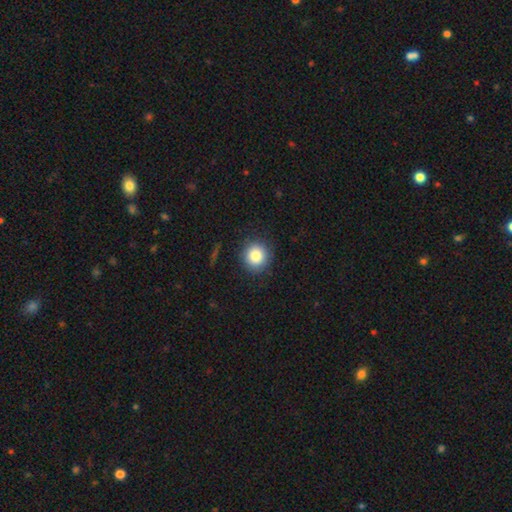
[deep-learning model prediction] smooth-or-featured: smooth: 84% | star or artifact: 10% | featured or disk: 6%
  how-rounded: round: 92% | in between: 7% | cigar-shaped: 1%
  merging: none: 89% | minor disturbance: 8% | major disturbance: 2% | merger: 1%